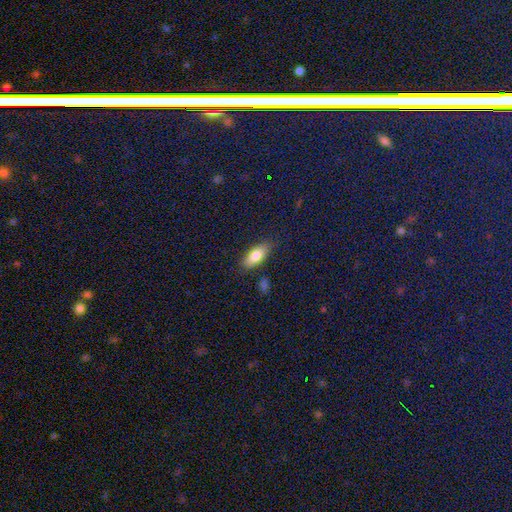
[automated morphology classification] type=smooth (79%); roundness=in between (82%); merging=none (83%).